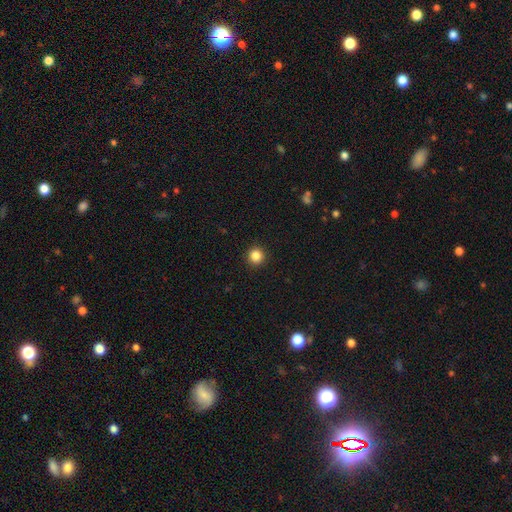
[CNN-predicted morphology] A smooth galaxy with no disk features (85%) that is round (94%).

Vote fractions:
- Smooth or featured? smooth: 85% / star or artifact: 11% / featured or disk: 4%
- How rounded? round: 94% / in between: 5% / cigar-shaped: 1%
- Merging? none: 93% / minor disturbance: 4% / major disturbance: 2% / merger: 1%